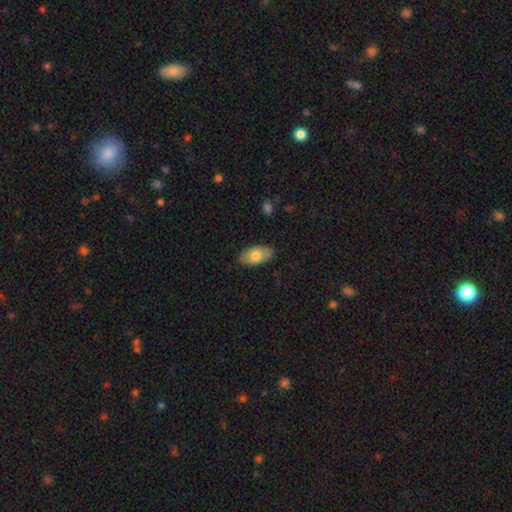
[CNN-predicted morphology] Smooth or featured?
  - smooth: 72% *
  - featured or disk: 22%
  - star or artifact: 6%
How rounded?
  - in between: 93% *
  - round: 4%
  - cigar-shaped: 3%
Merging?
  - none: 82% *
  - minor disturbance: 15%
  - major disturbance: 2%
  - merger: 1%